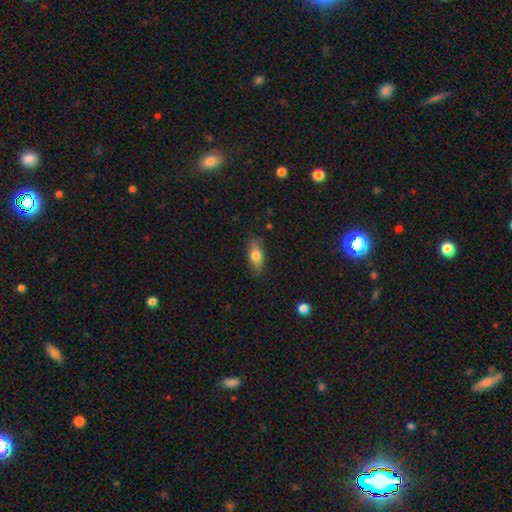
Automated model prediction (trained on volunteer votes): smooth-or-featured: smooth: 74% | featured or disk: 18% | star or artifact: 7%
  how-rounded: in between: 80% | cigar-shaped: 16% | round: 4%
  merging: none: 83% | minor disturbance: 13% | major disturbance: 3% | merger: 1%